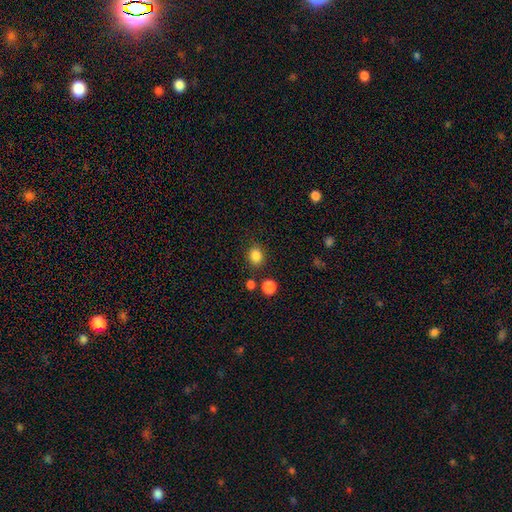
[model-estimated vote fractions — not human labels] Smooth or featured?
  - smooth: 85% *
  - star or artifact: 11%
  - featured or disk: 4%
How rounded?
  - round: 62% *
  - in between: 37%
  - cigar-shaped: 1%
Merging?
  - none: 82% *
  - minor disturbance: 10%
  - merger: 4%
  - major disturbance: 3%